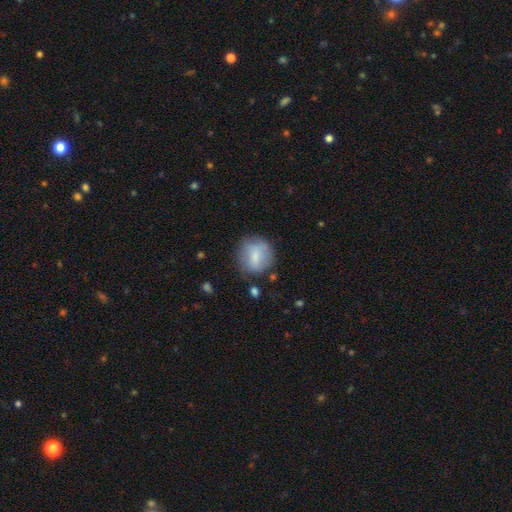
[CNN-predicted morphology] smooth-or-featured: smooth: 72% | featured or disk: 20% | star or artifact: 8%
  how-rounded: round: 86% | in between: 13% | cigar-shaped: 1%
  merging: none: 69% | minor disturbance: 20% | major disturbance: 8% | merger: 3%